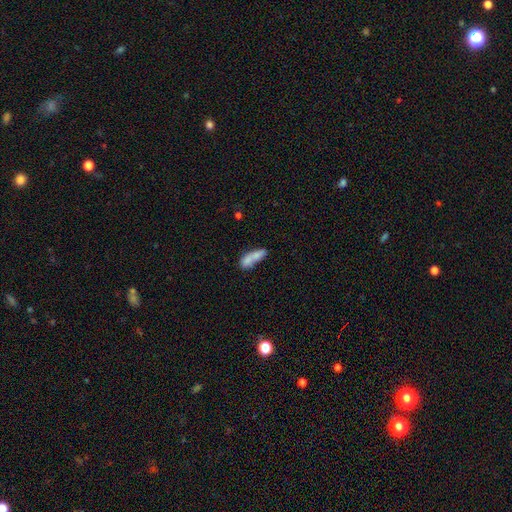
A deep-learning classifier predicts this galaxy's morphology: Q: Smooth or featured?
A: smooth (64%); runner-up: featured or disk (26%)
Q: How rounded?
A: in between (62%); runner-up: cigar-shaped (33%)
Q: Merging?
A: merger (44%); runner-up: none (33%)